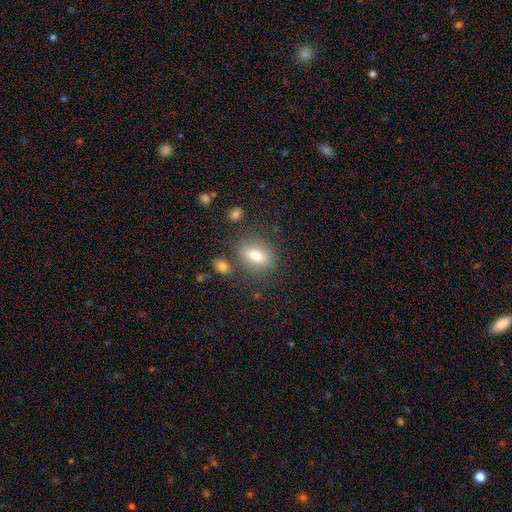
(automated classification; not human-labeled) This is likely a smooth galaxy (76%). How rounded: likely in between (77%). Merging: likely none (75%).